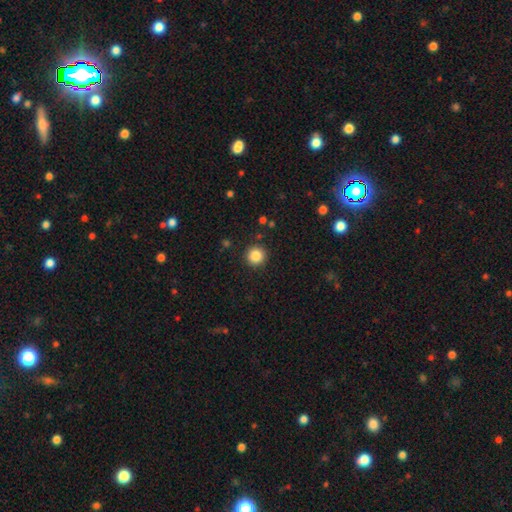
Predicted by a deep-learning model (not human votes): A smooth galaxy with no disk features (85%) that is round (95%). Merging: none (92%).